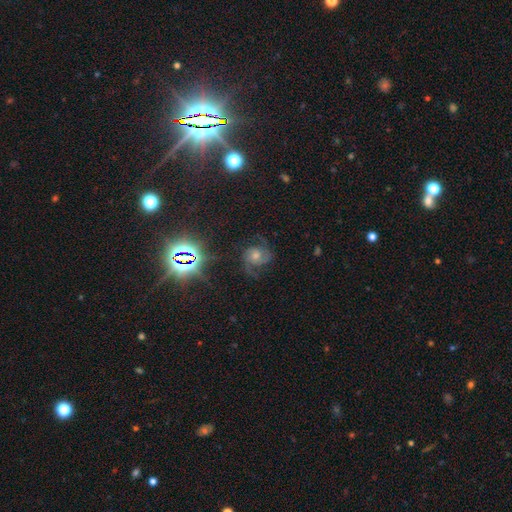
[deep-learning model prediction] featured or disk 64%, star or artifact 26%, smooth 10%. Down the decision tree: edge-on disk — no (97%); bar — no (69%); spiral arms — yes (96%); spiral arm count — 2 (53%); spiral winding — medium (49%); bulge size — moderate (60%); merging — none (71%).